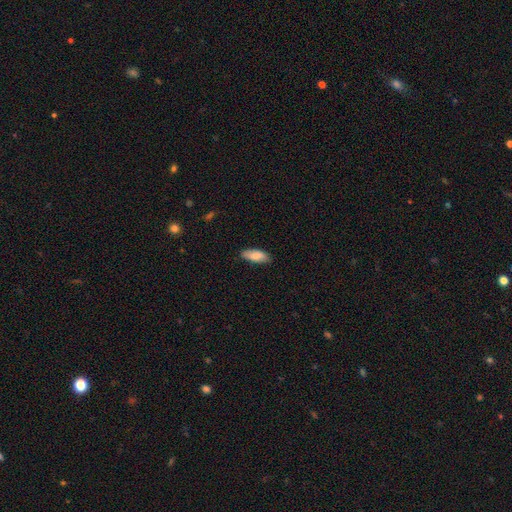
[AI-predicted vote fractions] Smooth or featured? smooth (83%)
How rounded? in between (77%)
Merging? none (82%)